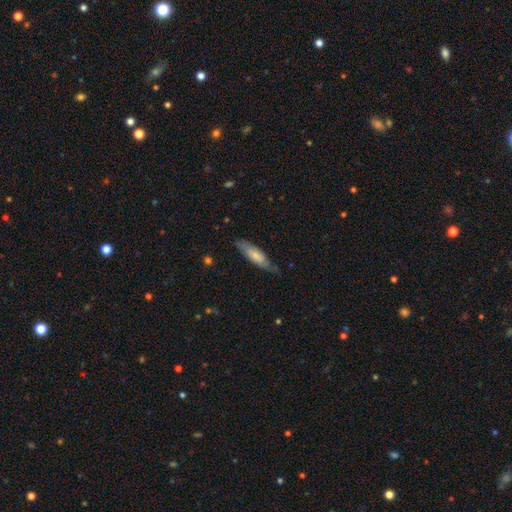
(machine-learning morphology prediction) Smooth or featured? Predicted: smooth (p=0.61). How rounded? Predicted: cigar-shaped (p=0.59). Merging? Predicted: none (p=0.70).